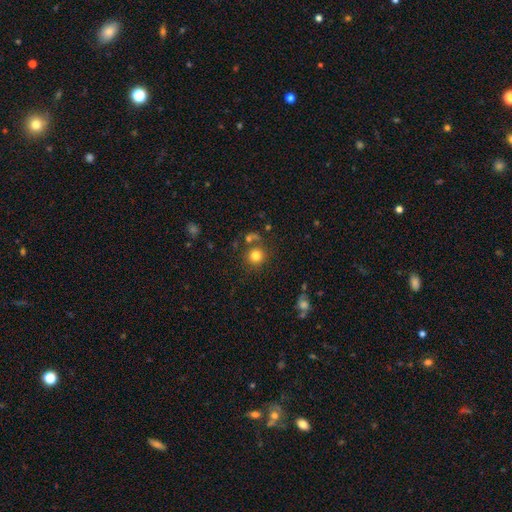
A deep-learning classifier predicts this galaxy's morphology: type=smooth (80%); roundness=round (92%); merging=none (75%).